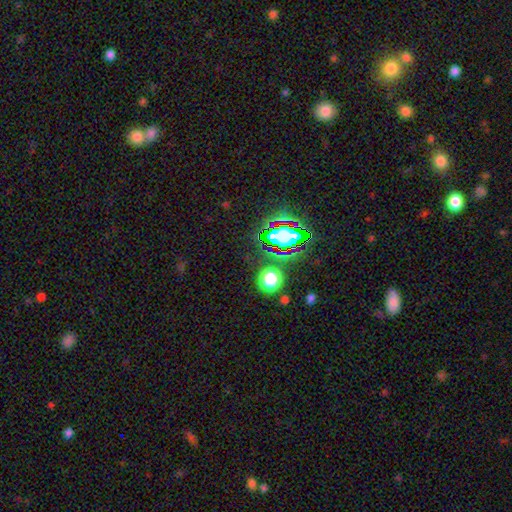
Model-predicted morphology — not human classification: Smooth or featured: star or artifact — 70% (smooth — 21%)